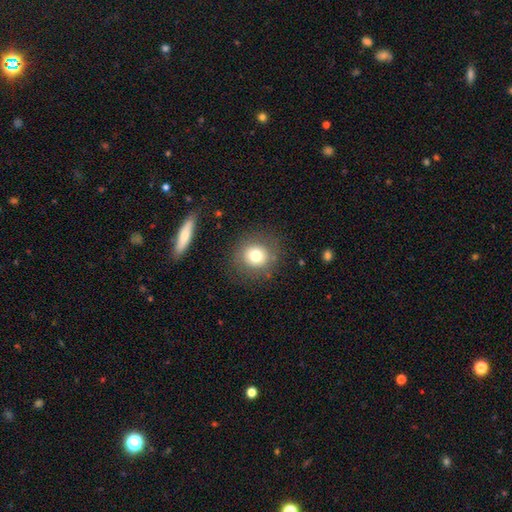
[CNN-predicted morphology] The model was most divided on "smooth or featured": smooth: 73%, featured or disk: 16%, star or artifact: 11%. More confident: how rounded — round (84%); merging — none (83%).